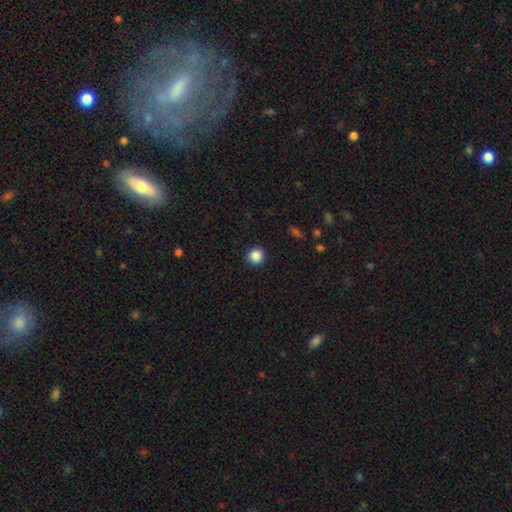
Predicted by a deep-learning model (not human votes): A smooth galaxy with no disk features (87%) that is round (93%). Merging: none (92%).